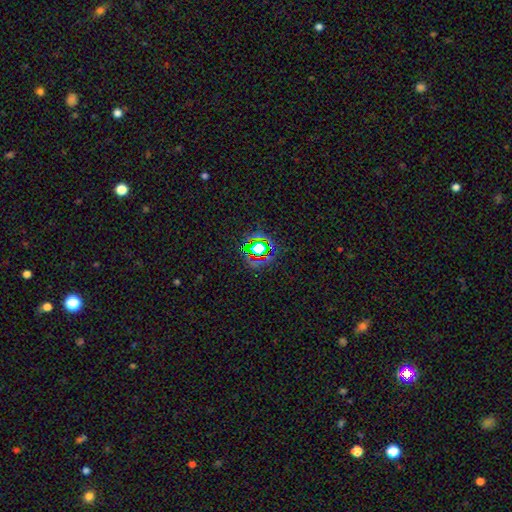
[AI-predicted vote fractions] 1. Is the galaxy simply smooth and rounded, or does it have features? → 75% star or artifact, 15% smooth, 10% featured or disk.